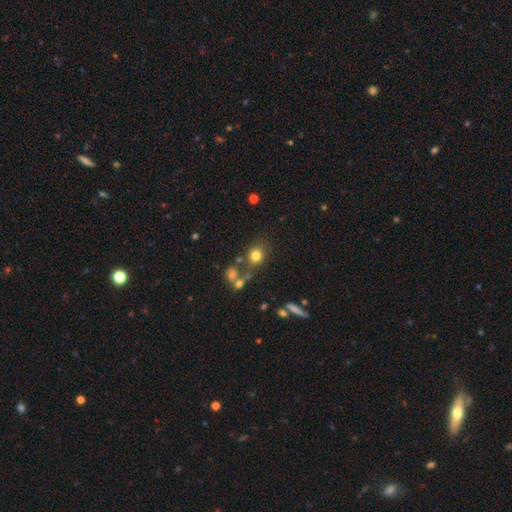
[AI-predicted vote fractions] smooth_or_featured: smooth (p=0.77) [alt: star or artifact p=0.14]
how_rounded: round (p=0.71) [alt: in between p=0.27]
merging: none (p=0.65) [alt: merger p=0.16]